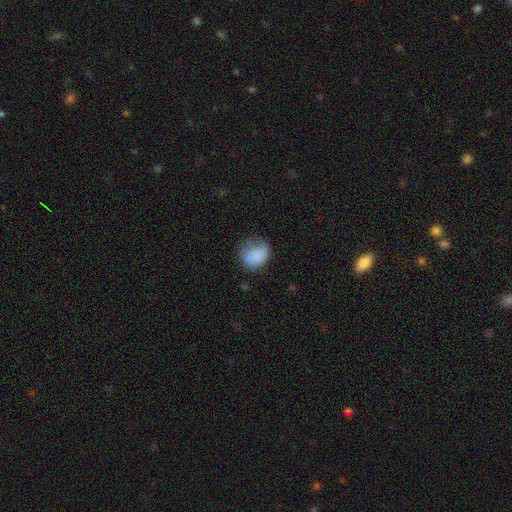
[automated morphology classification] smooth-or-featured: smooth: 83% | star or artifact: 9% | featured or disk: 8%
  how-rounded: round: 54% | in between: 45% | cigar-shaped: 1%
  merging: none: 50% | minor disturbance: 32% | major disturbance: 16% | merger: 2%